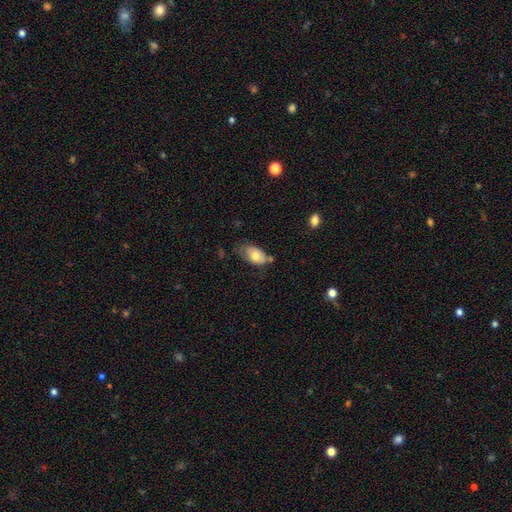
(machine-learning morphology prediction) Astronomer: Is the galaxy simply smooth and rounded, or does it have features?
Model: smooth — 67%.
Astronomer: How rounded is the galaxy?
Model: in between — 92%.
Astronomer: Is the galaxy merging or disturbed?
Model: none — 44% (runner-up: minor disturbance, 35%).